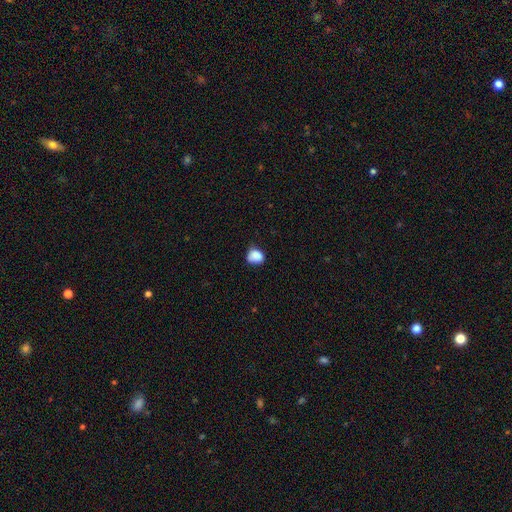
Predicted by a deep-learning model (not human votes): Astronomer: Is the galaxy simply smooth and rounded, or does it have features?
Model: smooth — 85%.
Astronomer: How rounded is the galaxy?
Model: round — 59% (runner-up: in between, 40%).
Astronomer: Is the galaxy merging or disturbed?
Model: none — 59%.